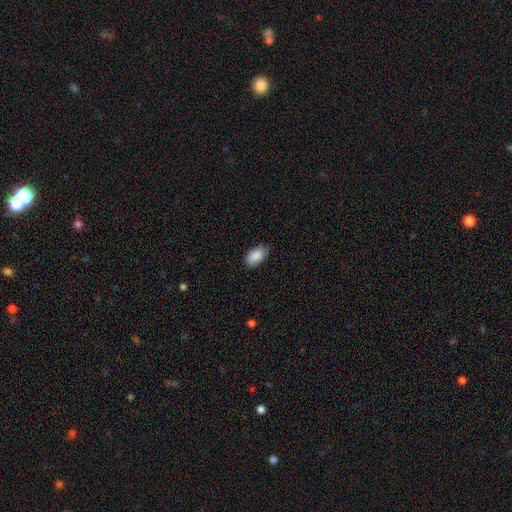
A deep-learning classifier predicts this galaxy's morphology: type=smooth (89%); roundness=in between (94%); merging=none (83%).